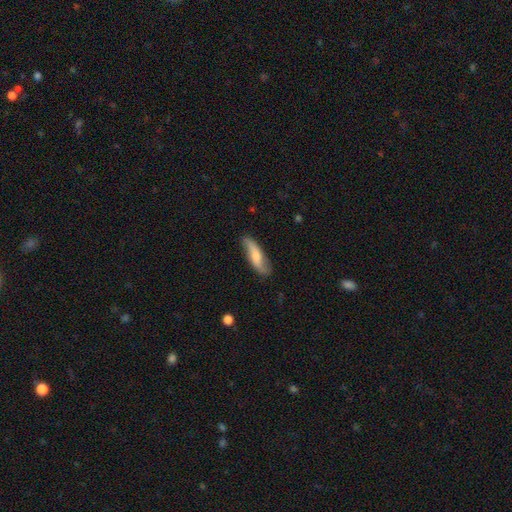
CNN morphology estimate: smooth-or-featured: smooth: 48% | featured or disk: 46% | star or artifact: 6%
  merging: none: 78% | minor disturbance: 17% | major disturbance: 4% | merger: 2%